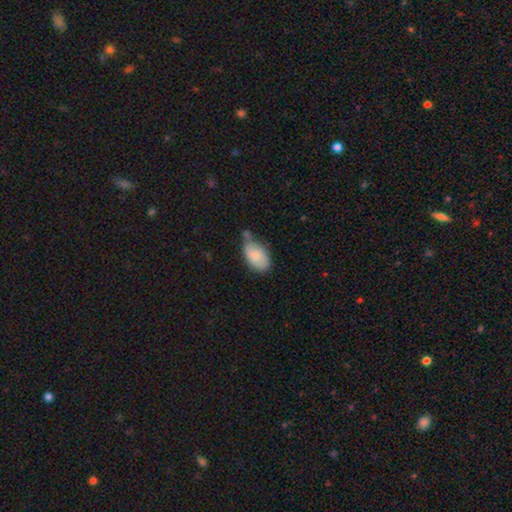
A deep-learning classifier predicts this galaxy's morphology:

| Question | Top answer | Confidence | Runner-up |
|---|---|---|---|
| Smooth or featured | smooth | 80% | featured or disk (14%) |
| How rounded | in between | 93% | round (5%) |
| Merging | none | 41% | minor disturbance (34%) |